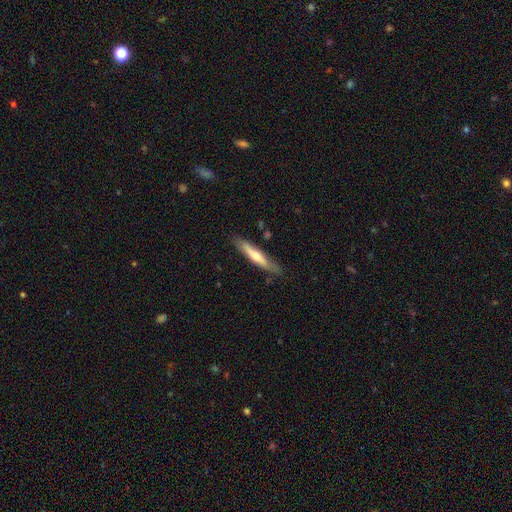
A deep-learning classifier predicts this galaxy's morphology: smooth_or_featured: smooth (p=0.49) [alt: featured or disk p=0.46]
merging: none (p=0.83) [alt: minor disturbance p=0.13]